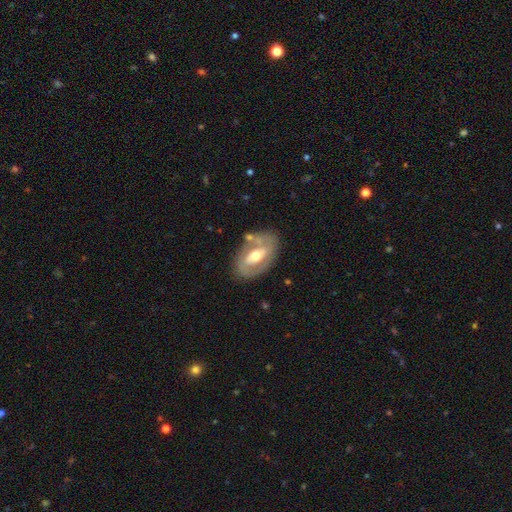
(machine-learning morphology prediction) Smooth or featured? Predicted: featured or disk (p=0.68). Edge-on disk? Predicted: no (p=0.92). Bar? Predicted: no (p=0.36). Spiral arms? Predicted: no (p=0.53). Bulge size? Predicted: moderate (p=0.72). Merging? Predicted: none (p=0.71).